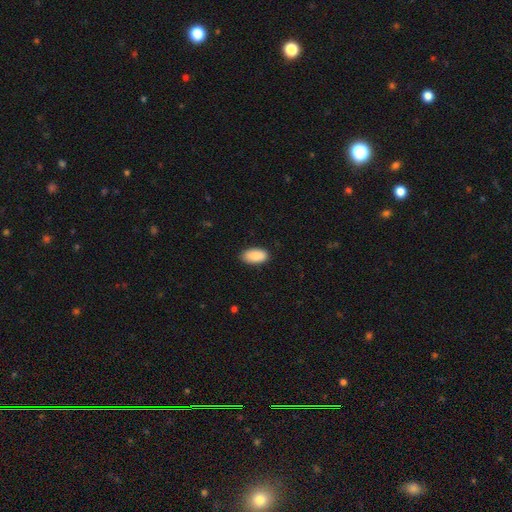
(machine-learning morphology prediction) Smooth or featured: smooth — 90% (star or artifact — 6%)
How rounded: in between — 95% (cigar-shaped — 3%)
Merging: none — 87% (minor disturbance — 10%)